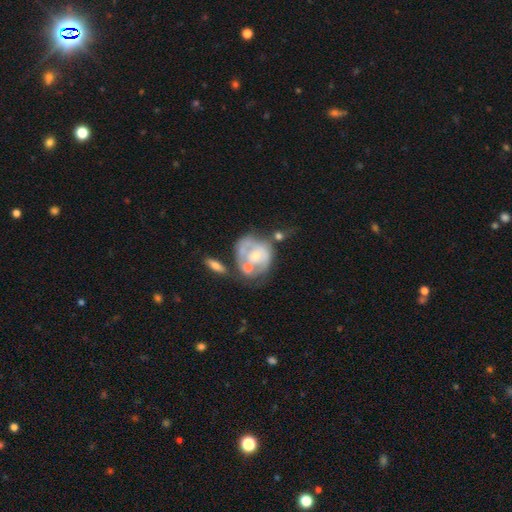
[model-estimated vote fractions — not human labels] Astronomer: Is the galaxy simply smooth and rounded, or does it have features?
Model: featured or disk — 60%.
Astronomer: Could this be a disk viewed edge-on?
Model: no — 97%.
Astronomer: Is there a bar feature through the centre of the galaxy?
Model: no — 84%.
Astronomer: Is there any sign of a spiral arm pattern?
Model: no — 64%.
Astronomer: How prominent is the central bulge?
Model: moderate — 49% (runner-up: small, 44%).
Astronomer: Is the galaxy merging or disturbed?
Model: merger — 35% (runner-up: none, 30%).